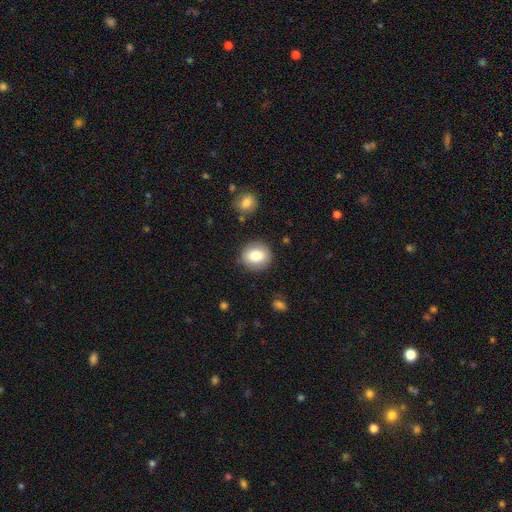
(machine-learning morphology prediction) This appears to be a smooth galaxy with no disk features (81%) that is round (77%). Merging: none (86%).